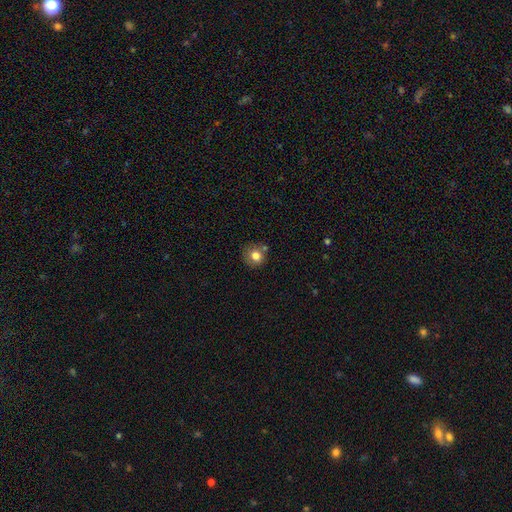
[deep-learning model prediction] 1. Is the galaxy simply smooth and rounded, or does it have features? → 79% smooth, 11% star or artifact, 10% featured or disk.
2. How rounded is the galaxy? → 87% round, 12% in between, 1% cigar-shaped.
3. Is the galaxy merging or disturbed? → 71% none, 14% minor disturbance, 11% merger, 4% major disturbance.